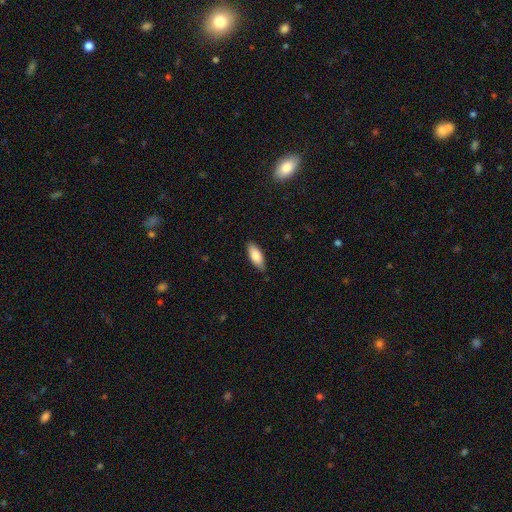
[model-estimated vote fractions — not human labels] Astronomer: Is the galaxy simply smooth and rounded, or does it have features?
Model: smooth — 83%.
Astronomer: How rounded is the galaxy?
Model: in between — 78%.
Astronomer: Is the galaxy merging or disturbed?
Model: none — 82%.